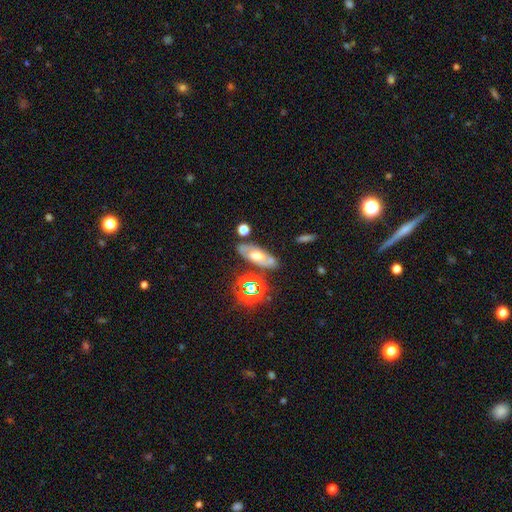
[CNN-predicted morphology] This is possibly a featured or disk galaxy (50%). It is likely not viewed edge-on (73%). Merging: likely none (74%).